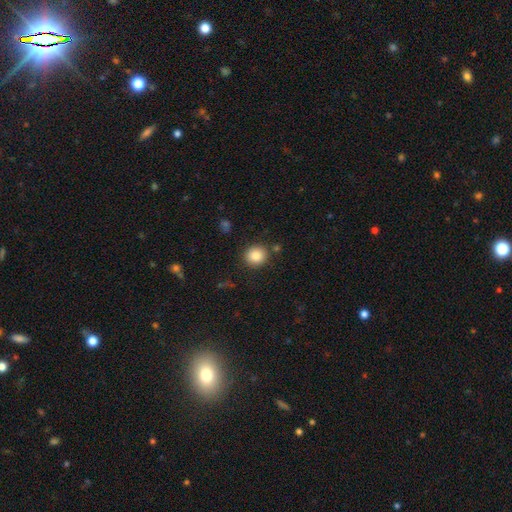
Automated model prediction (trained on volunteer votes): Smooth or featured? Predicted: smooth (p=0.86). How rounded? Predicted: round (p=0.88). Merging? Predicted: none (p=0.87).